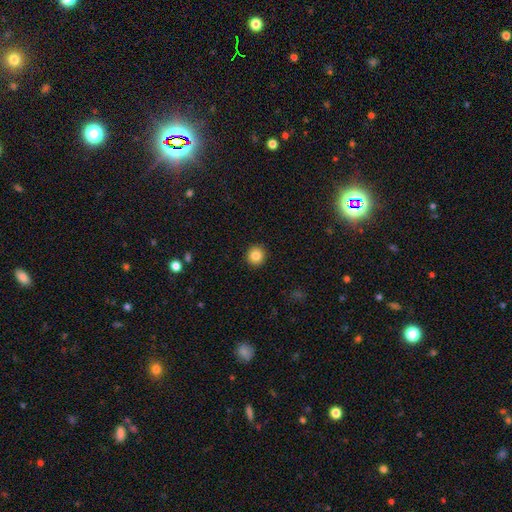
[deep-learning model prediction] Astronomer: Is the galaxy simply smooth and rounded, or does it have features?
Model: smooth — 85%.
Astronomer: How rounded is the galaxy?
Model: round — 93%.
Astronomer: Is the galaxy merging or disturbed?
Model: none — 93%.